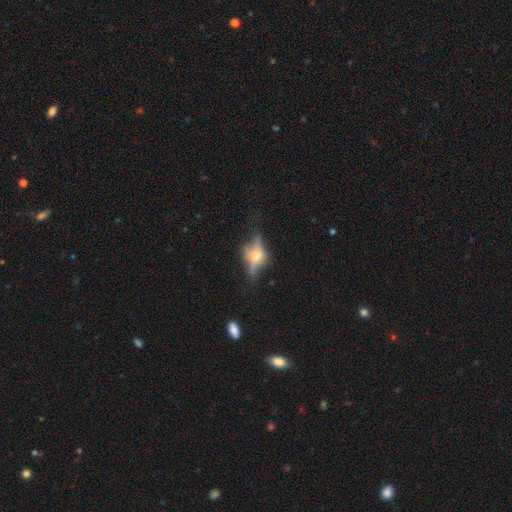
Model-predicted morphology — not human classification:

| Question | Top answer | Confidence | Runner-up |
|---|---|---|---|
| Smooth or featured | featured or disk | 67% | smooth (23%) |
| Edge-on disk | yes | 87% | no (13%) |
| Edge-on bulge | rounded | 93% | boxy (5%) |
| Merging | none | 69% | minor disturbance (19%) |